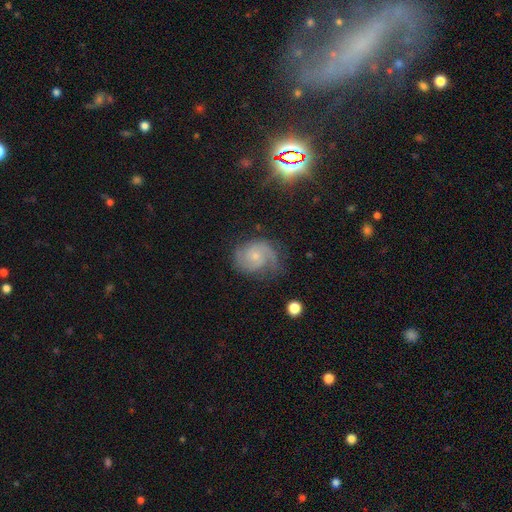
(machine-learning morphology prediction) featured or disk 78%, smooth 14%, star or artifact 8%. Down the decision tree: edge-on disk — no (98%); bar — no (71%); spiral arms — yes (95%); spiral arm count — 2 (61%); spiral winding — medium (43%, tied with tight); bulge size — small (69%); merging — none (63%).